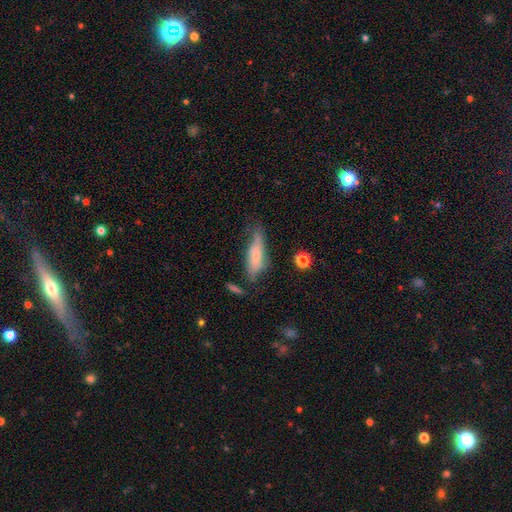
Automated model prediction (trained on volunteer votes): This is likely a smooth galaxy (61%). How rounded: possibly in between (50%). Merging: marginally none (44%).